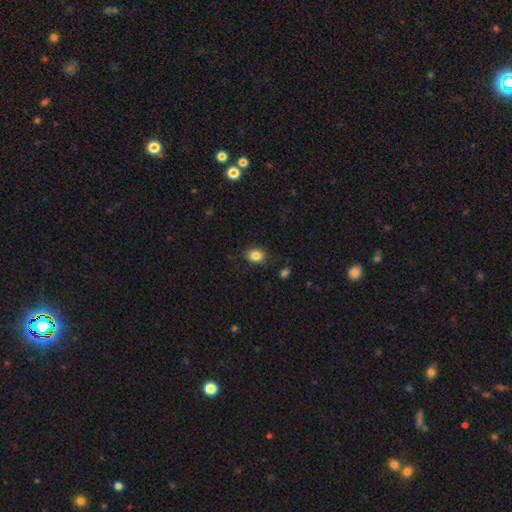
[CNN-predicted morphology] Overall: smooth (85%). How rounded: in between (57%; round 42%). Merging: none (86%).